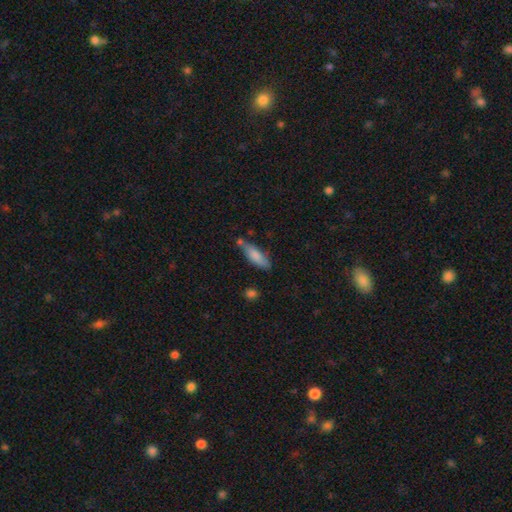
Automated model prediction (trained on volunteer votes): Smooth or featured?
  - smooth: 79% *
  - featured or disk: 14%
  - star or artifact: 7%
How rounded?
  - in between: 51% *
  - cigar-shaped: 48%
  - round: 2%
Merging?
  - none: 59% *
  - minor disturbance: 24%
  - merger: 12%
  - major disturbance: 6%